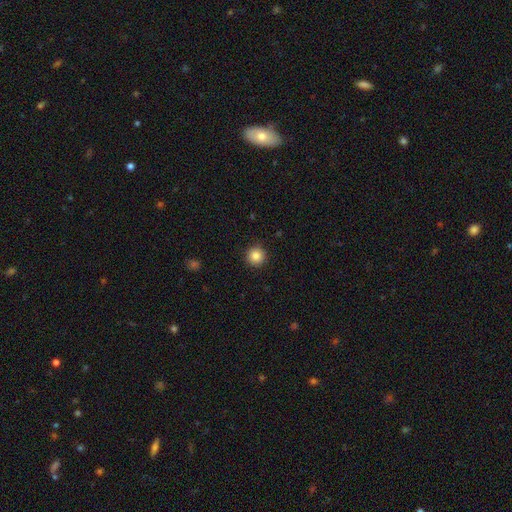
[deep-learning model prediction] Smooth or featured? smooth (86%)
How rounded? round (95%)
Merging? none (92%)